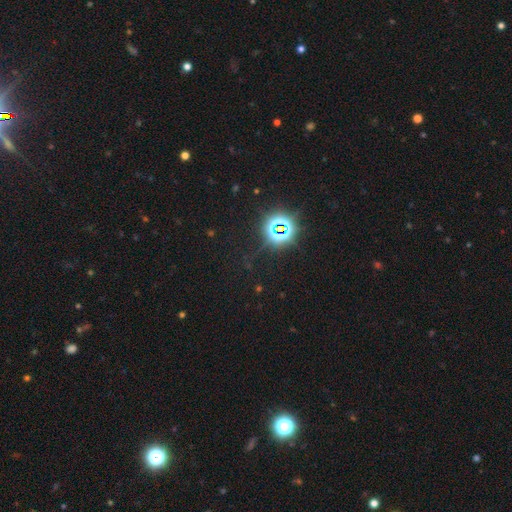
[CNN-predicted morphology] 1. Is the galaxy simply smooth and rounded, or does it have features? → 81% star or artifact, 12% smooth, 7% featured or disk.